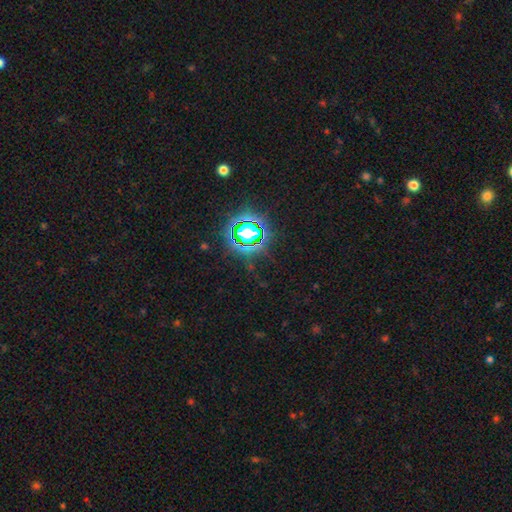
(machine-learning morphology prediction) star or artifact 84%, smooth 10%, featured or disk 6%.